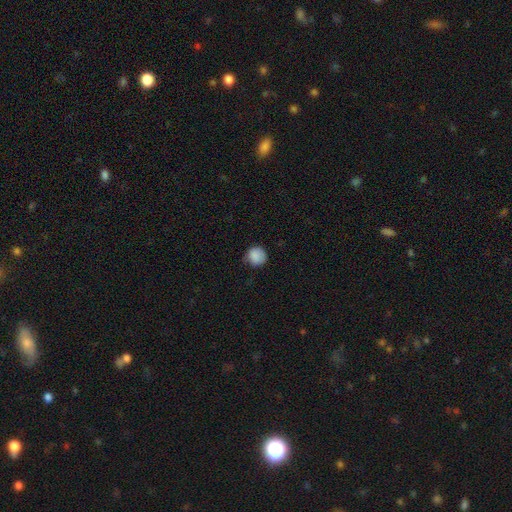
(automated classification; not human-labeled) Q: Smooth or featured?
A: smooth (87%); runner-up: star or artifact (8%)
Q: How rounded?
A: round (88%); runner-up: in between (11%)
Q: Merging?
A: none (71%); runner-up: minor disturbance (23%)